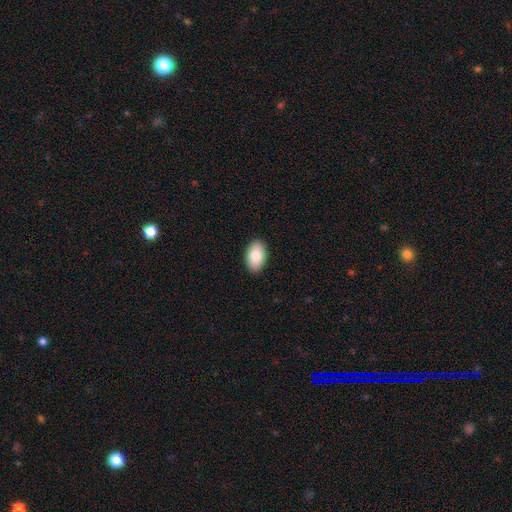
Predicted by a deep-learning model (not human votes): Smooth or featured? smooth (85%)
How rounded? in between (94%)
Merging? none (90%)